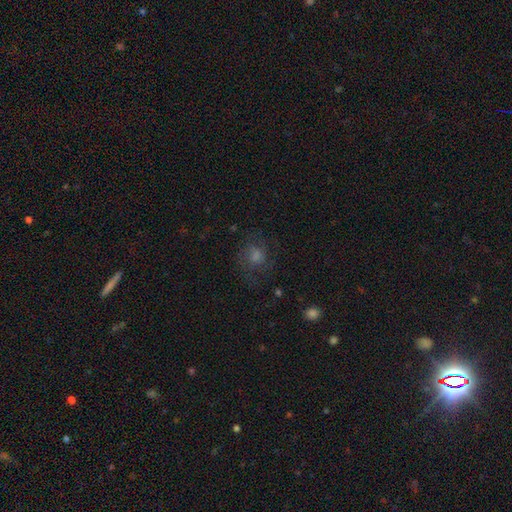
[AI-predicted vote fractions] Smooth or featured: featured or disk — 44% (smooth — 33%)
Merging: none — 68% (minor disturbance — 17%)